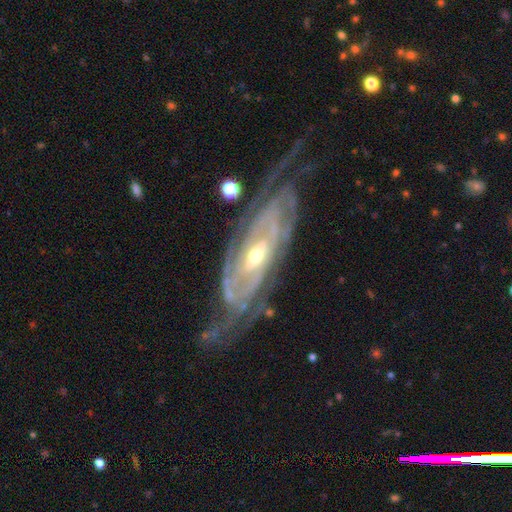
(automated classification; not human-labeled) Overall: featured or disk (91%). Edge-on disk: no (88%). Bar: no (43%; weak 32%). Spiral arms: yes (97%). Spiral arm count: can't tell (30%; 2 27%). Spiral winding: tight (72%). Bulge size: small (49%; moderate 47%). Merging: none (68%).